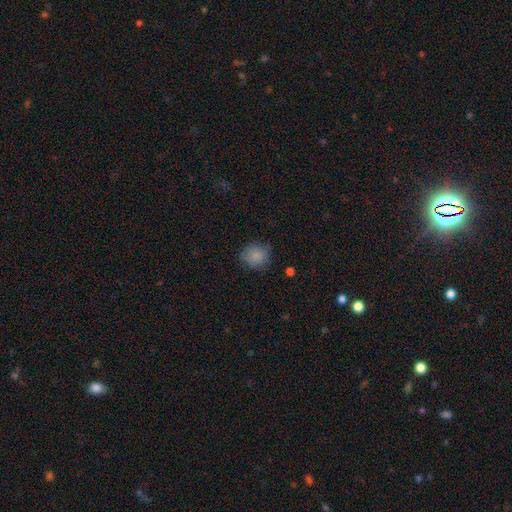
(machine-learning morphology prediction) Q: Smooth or featured?
A: smooth (85%); runner-up: star or artifact (9%)
Q: How rounded?
A: round (83%); runner-up: in between (16%)
Q: Merging?
A: none (74%); runner-up: minor disturbance (20%)